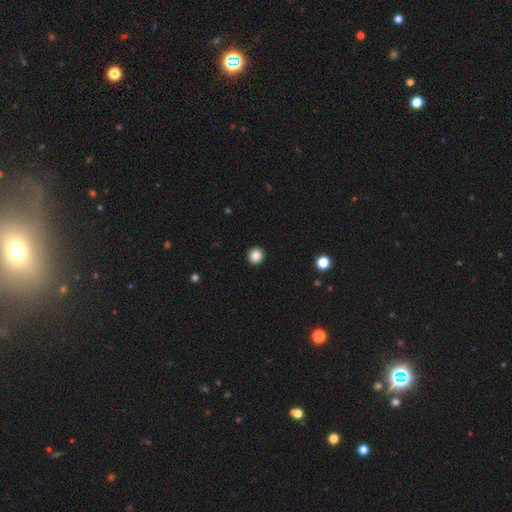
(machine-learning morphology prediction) Smooth or featured? Predicted: smooth (p=0.86). How rounded? Predicted: round (p=0.92). Merging? Predicted: none (p=0.94).